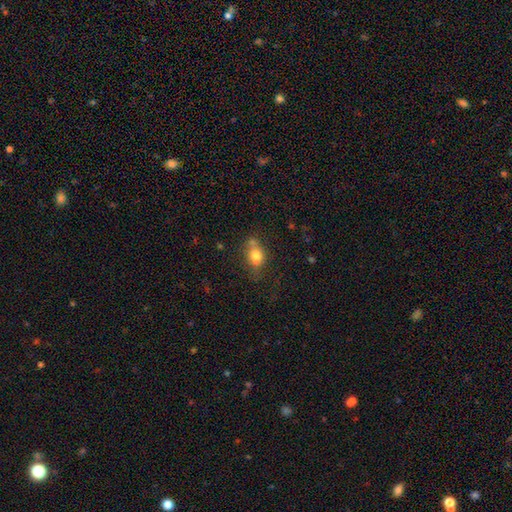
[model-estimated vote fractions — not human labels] Smooth or featured? Predicted: smooth (p=0.74). How rounded? Predicted: in between (p=0.62). Merging? Predicted: none (p=0.51).